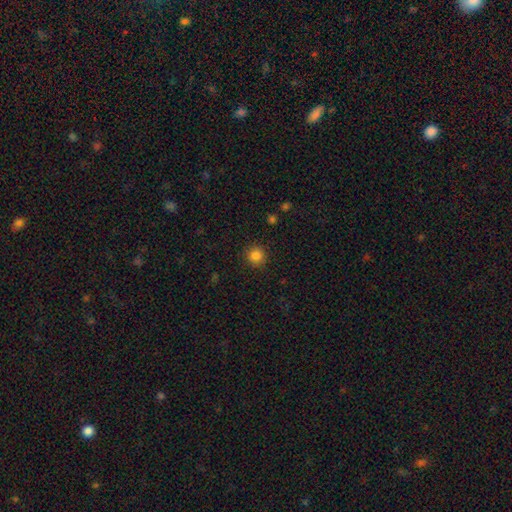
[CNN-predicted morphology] Overall: smooth (85%). How rounded: round (94%). Merging: none (90%).